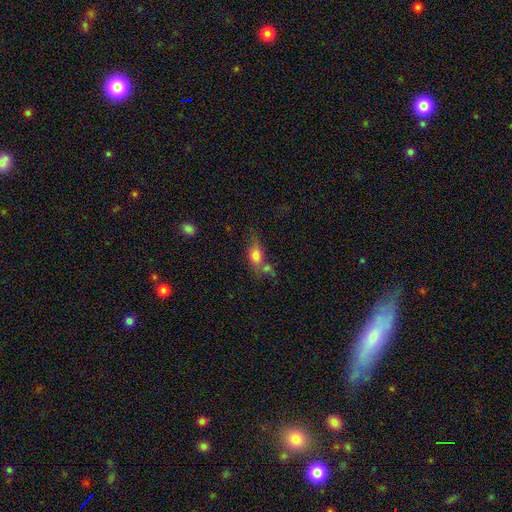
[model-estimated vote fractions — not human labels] A smooth galaxy with no disk features (72%) that is in between round and cigar-shaped (74%). Merging: merger (37%).